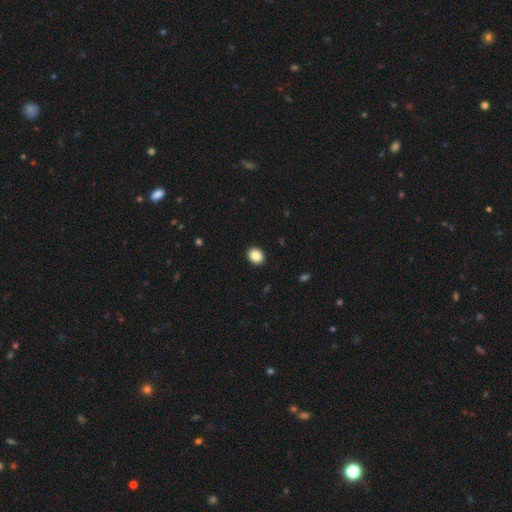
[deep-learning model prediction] This is clearly a smooth galaxy (87%). How rounded: possibly round (52%). Merging: clearly none (92%).